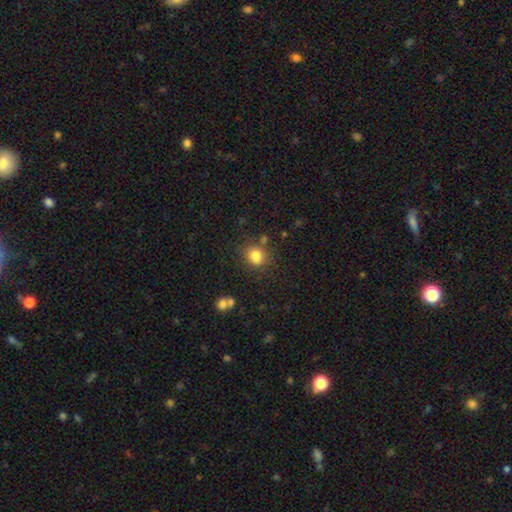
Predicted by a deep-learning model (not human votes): A smooth galaxy with no disk features (80%) that is round (60%).

Vote fractions:
- Smooth or featured? smooth: 80% / star or artifact: 12% / featured or disk: 8%
- How rounded? round: 60% / in between: 39% / cigar-shaped: 1%
- Merging? none: 66% / minor disturbance: 17% / merger: 11% / major disturbance: 6%